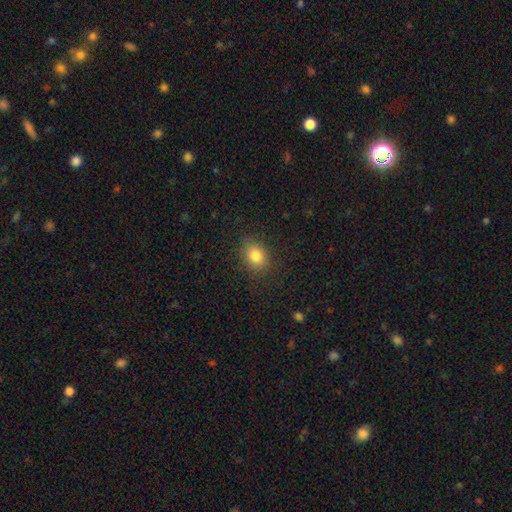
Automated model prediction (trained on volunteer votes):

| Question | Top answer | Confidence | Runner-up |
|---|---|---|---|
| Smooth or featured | smooth | 83% | star or artifact (10%) |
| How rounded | in between | 56% | round (43%) |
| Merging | none | 83% | minor disturbance (12%) |